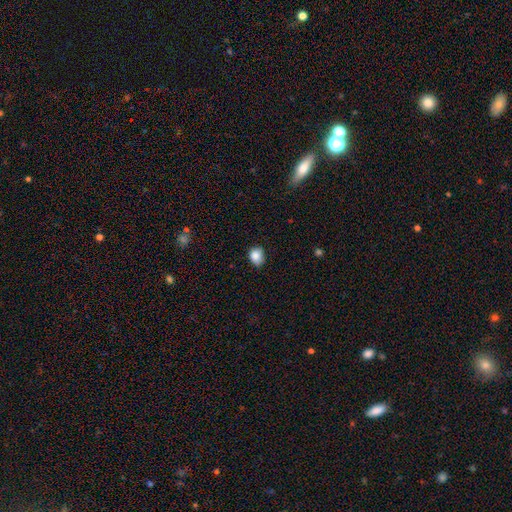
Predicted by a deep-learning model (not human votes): Q: Smooth or featured?
A: smooth (86%); runner-up: star or artifact (9%)
Q: How rounded?
A: in between (53%); runner-up: round (46%)
Q: Merging?
A: none (68%); runner-up: minor disturbance (27%)